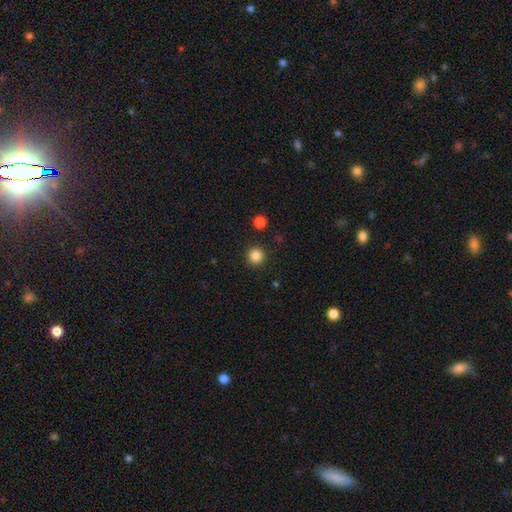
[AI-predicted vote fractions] Overall: smooth (84%). How rounded: round (95%). Merging: none (91%).